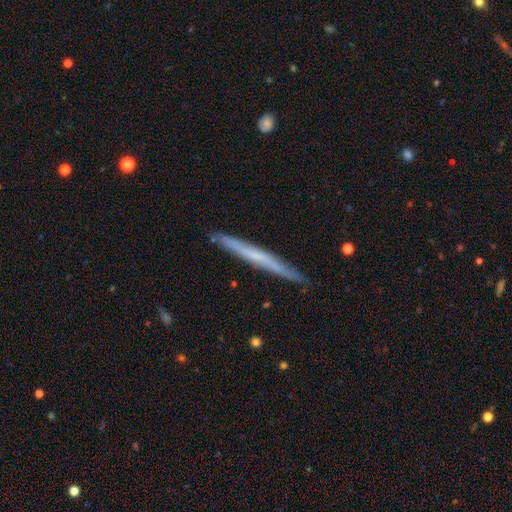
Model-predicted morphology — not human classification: Smooth or featured?
  - featured or disk: 52% *
  - smooth: 42%
  - star or artifact: 6%
Edge-on disk?
  - yes: 96% *
  - no: 4%
Edge-on bulge?
  - none: 83% *
  - rounded: 12%
  - boxy: 5%
Merging?
  - none: 89% *
  - minor disturbance: 9%
  - major disturbance: 1%
  - merger: 1%